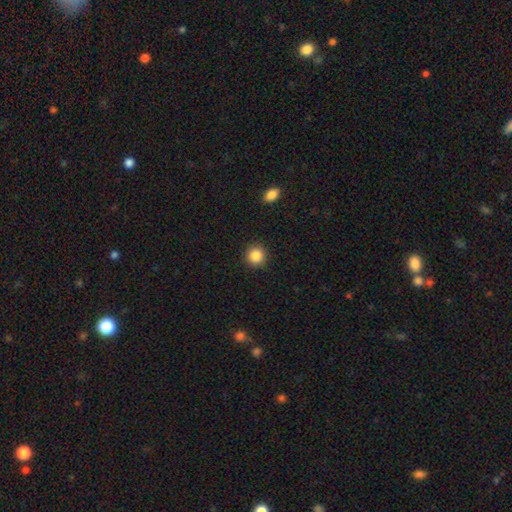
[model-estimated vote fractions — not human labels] This is clearly a smooth galaxy (86%). How rounded: clearly round (93%). Merging: clearly none (91%).